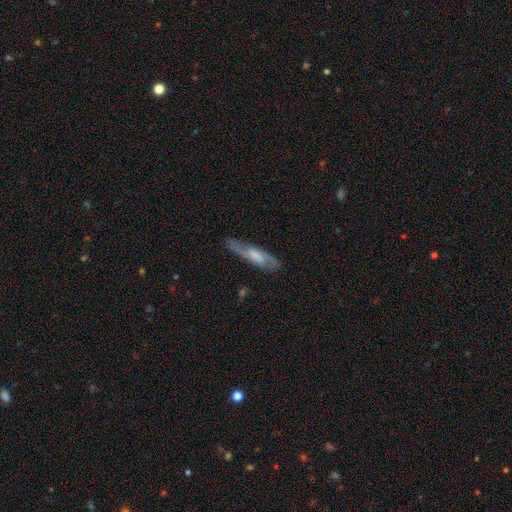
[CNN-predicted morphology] Smooth or featured?
  - featured or disk: 56% *
  - smooth: 38%
  - star or artifact: 6%
Edge-on disk?
  - no: 64% *
  - yes: 36%
Merging?
  - none: 75% *
  - minor disturbance: 18%
  - major disturbance: 5%
  - merger: 2%